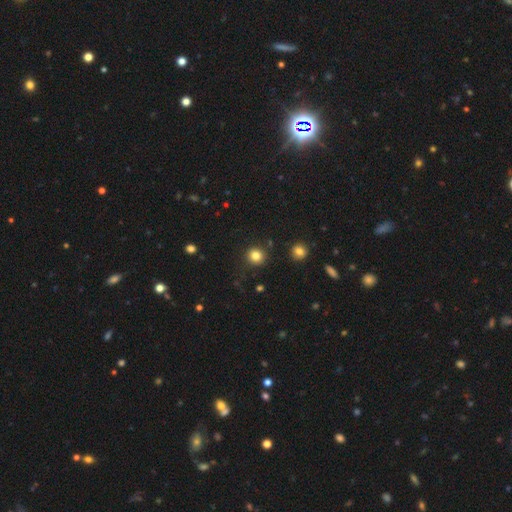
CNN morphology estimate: Smooth or featured?
  - smooth: 83% *
  - star or artifact: 12%
  - featured or disk: 5%
How rounded?
  - round: 91% *
  - in between: 8%
  - cigar-shaped: 1%
Merging?
  - none: 88% *
  - minor disturbance: 7%
  - major disturbance: 3%
  - merger: 2%